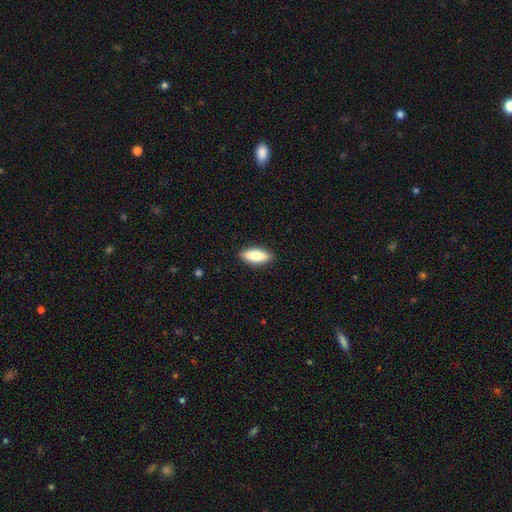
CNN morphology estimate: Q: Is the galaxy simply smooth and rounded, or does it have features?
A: smooth — 83%.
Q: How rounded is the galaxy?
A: in between — 69%.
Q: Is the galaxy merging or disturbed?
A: none — 89%.